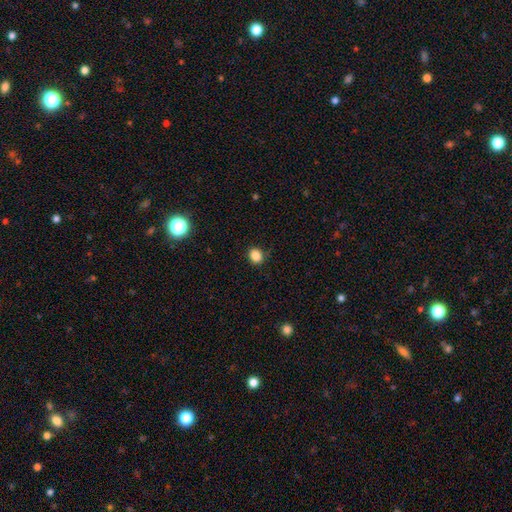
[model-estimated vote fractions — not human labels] Smooth or featured?
  - smooth: 85% *
  - star or artifact: 11%
  - featured or disk: 3%
How rounded?
  - round: 69% *
  - in between: 30%
  - cigar-shaped: 1%
Merging?
  - none: 87% *
  - minor disturbance: 9%
  - major disturbance: 3%
  - merger: 1%